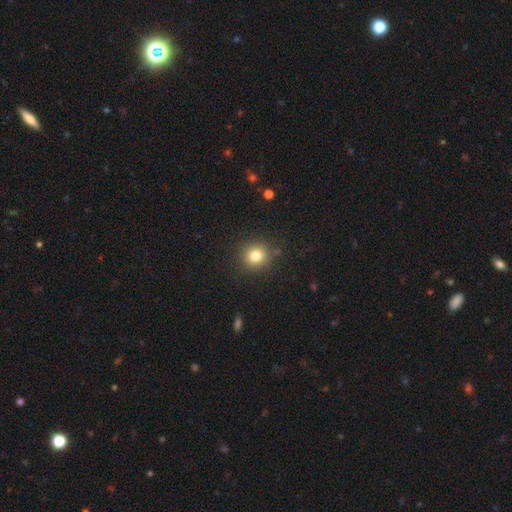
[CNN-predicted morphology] smooth 80%, star or artifact 13%, featured or disk 8%. Down the decision tree: how rounded — round (88%); merging — none (88%).